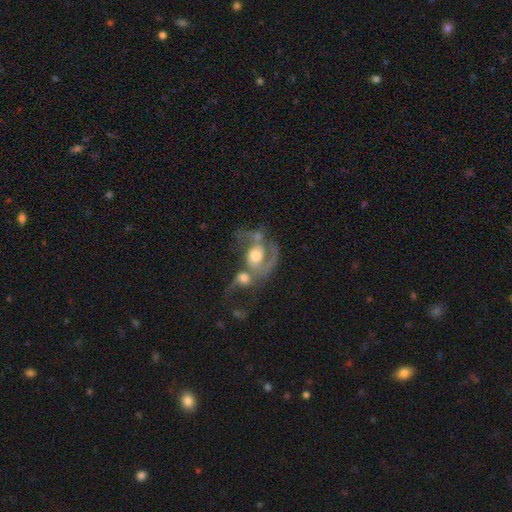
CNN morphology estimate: A featured or disk galaxy (73%) with no bar (70%), 2 (48%) medium (42%) spiral arms (83%) and a moderate central bulge (59%). Merging: merger (64%).